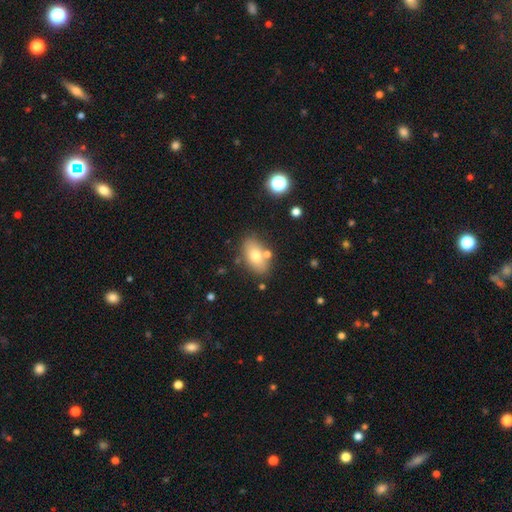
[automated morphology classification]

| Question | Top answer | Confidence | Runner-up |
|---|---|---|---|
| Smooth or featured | smooth | 73% | featured or disk (19%) |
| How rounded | in between | 88% | round (9%) |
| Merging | none | 73% | minor disturbance (13%) |